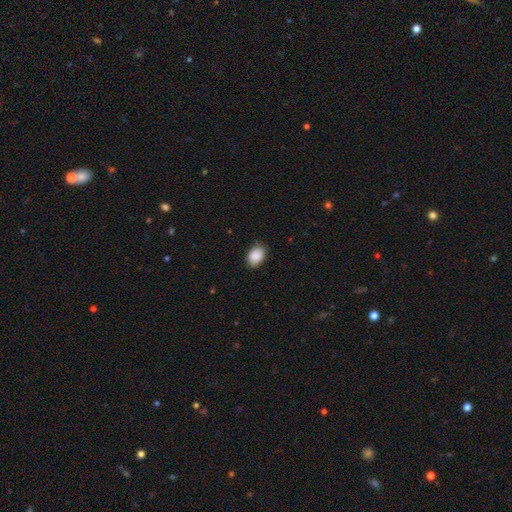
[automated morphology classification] smooth-or-featured: smooth: 90% | star or artifact: 7% | featured or disk: 4%
  how-rounded: in between: 82% | round: 17% | cigar-shaped: 1%
  merging: none: 80% | minor disturbance: 16% | major disturbance: 3% | merger: 1%